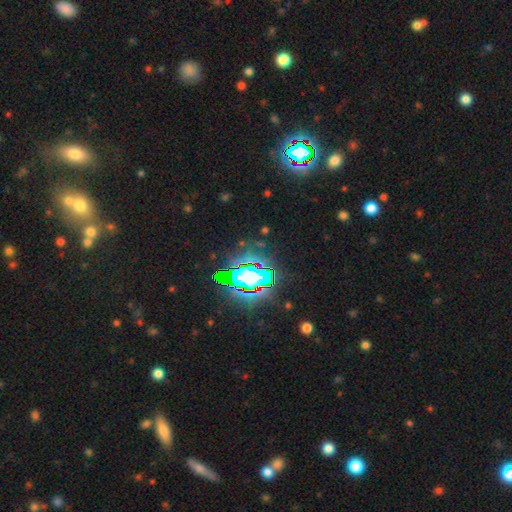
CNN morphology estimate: Smooth or featured? Predicted: star or artifact (p=0.82).